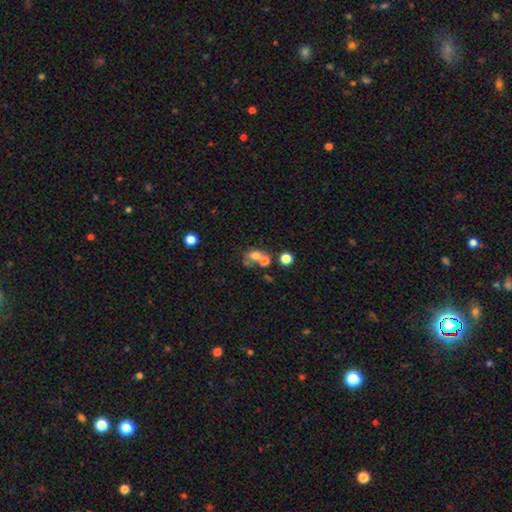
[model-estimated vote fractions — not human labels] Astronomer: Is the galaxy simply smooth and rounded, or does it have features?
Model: smooth — 65%.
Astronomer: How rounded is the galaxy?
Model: round — 58% (runner-up: in between, 41%).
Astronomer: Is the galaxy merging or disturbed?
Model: merger — 49% (runner-up: none, 32%).